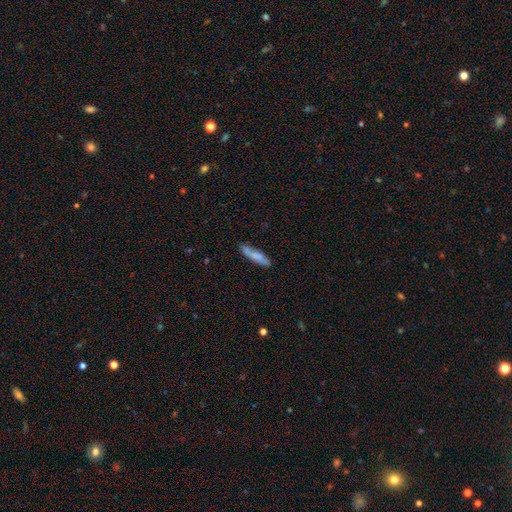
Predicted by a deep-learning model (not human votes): A smooth galaxy with no disk features (72%) that is cigar-shaped (81%).

Vote fractions:
- Smooth or featured? smooth: 72% / featured or disk: 21% / star or artifact: 6%
- How rounded? cigar-shaped: 81% / in between: 18% / round: 2%
- Merging? none: 73% / minor disturbance: 20% / major disturbance: 4% / merger: 3%